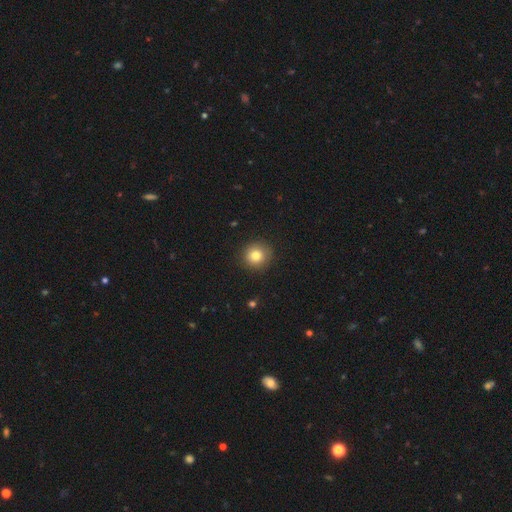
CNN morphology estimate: smooth-or-featured: smooth: 80% | star or artifact: 11% | featured or disk: 9%
  how-rounded: round: 91% | in between: 8% | cigar-shaped: 1%
  merging: none: 90% | minor disturbance: 7% | major disturbance: 2% | merger: 1%